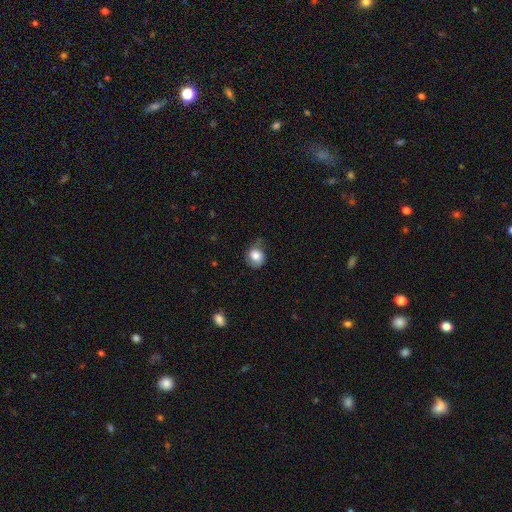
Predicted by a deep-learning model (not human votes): smooth-or-featured: smooth: 70% | featured or disk: 22% | star or artifact: 9%
  how-rounded: round: 67% | in between: 32% | cigar-shaped: 1%
  merging: none: 45% | minor disturbance: 37% | major disturbance: 15% | merger: 2%